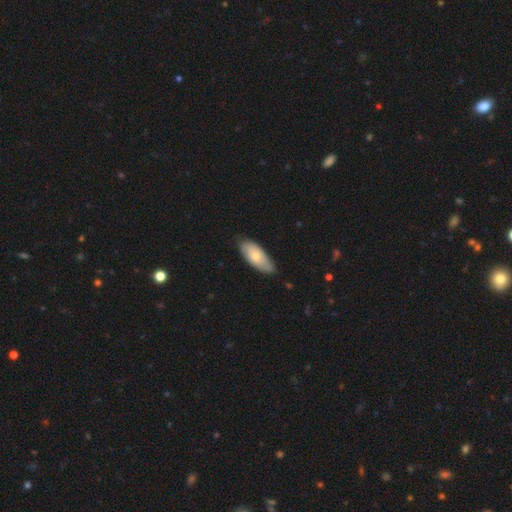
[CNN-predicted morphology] smooth 59%, featured or disk 36%, star or artifact 5%. Down the decision tree: how rounded — in between (86%); merging — none (73%).